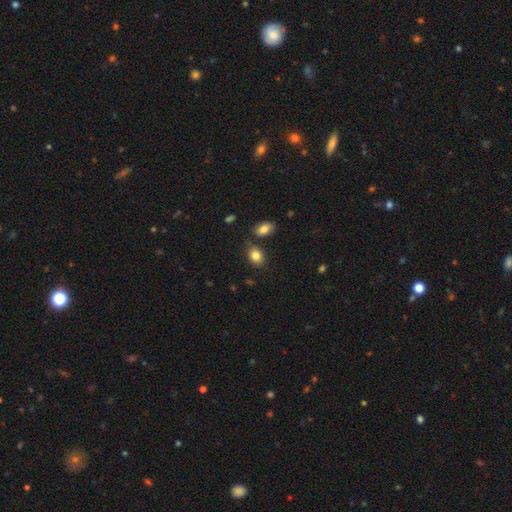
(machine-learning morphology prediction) Smooth or featured: smooth — 83% (star or artifact — 9%)
How rounded: in between — 73% (round — 26%)
Merging: none — 74% (minor disturbance — 13%)